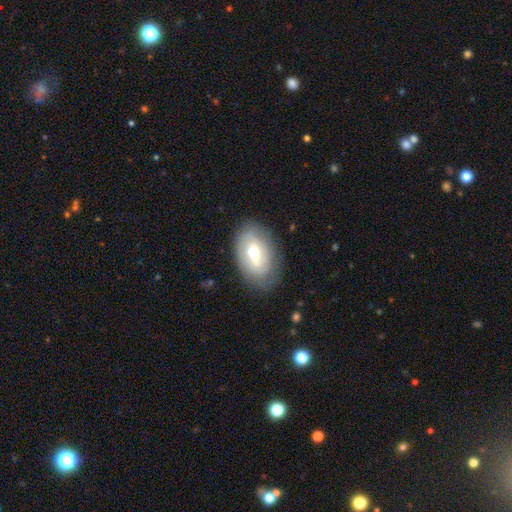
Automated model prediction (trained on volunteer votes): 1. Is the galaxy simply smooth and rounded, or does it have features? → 57% featured or disk, 36% smooth, 8% star or artifact.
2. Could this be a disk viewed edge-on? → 90% no, 10% yes.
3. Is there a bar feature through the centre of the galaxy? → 45% weak, 30% no, 25% strong.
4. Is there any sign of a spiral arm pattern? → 50% yes (tied), 50% no (tied).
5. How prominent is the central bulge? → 69% moderate, 22% small, 7% large, 1% dominant, 1% none.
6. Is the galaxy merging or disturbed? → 74% none, 19% minor disturbance, 6% major disturbance, 2% merger.